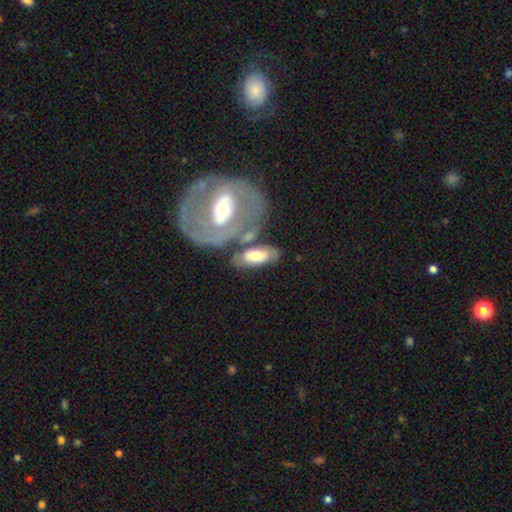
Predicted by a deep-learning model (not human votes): Q: Smooth or featured?
A: smooth (56%); runner-up: featured or disk (39%)
Q: How rounded?
A: in between (85%); runner-up: cigar-shaped (12%)
Q: Merging?
A: none (45%); runner-up: merger (32%)